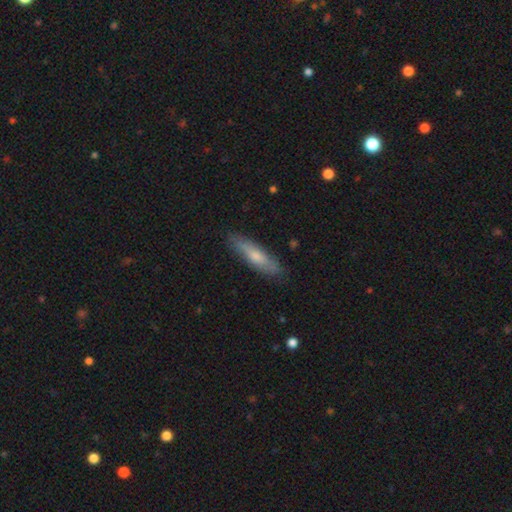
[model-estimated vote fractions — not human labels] Q: Smooth or featured?
A: smooth (58%); runner-up: featured or disk (36%)
Q: How rounded?
A: cigar-shaped (77%); runner-up: in between (22%)
Q: Merging?
A: none (84%); runner-up: minor disturbance (13%)